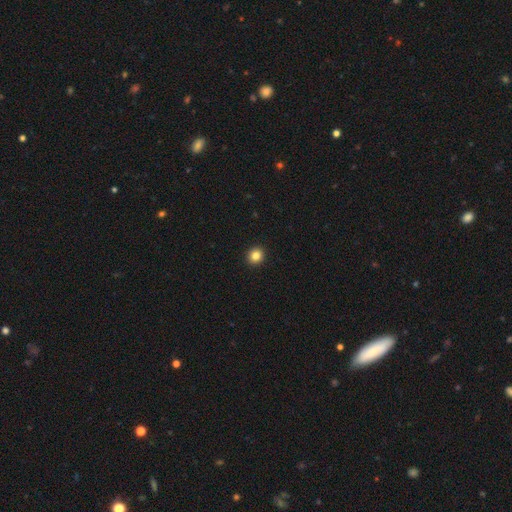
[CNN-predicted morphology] Smooth or featured?
  - smooth: 84% *
  - star or artifact: 11%
  - featured or disk: 5%
How rounded?
  - round: 89% *
  - in between: 10%
  - cigar-shaped: 1%
Merging?
  - none: 94% *
  - minor disturbance: 4%
  - major disturbance: 1%
  - merger: 1%